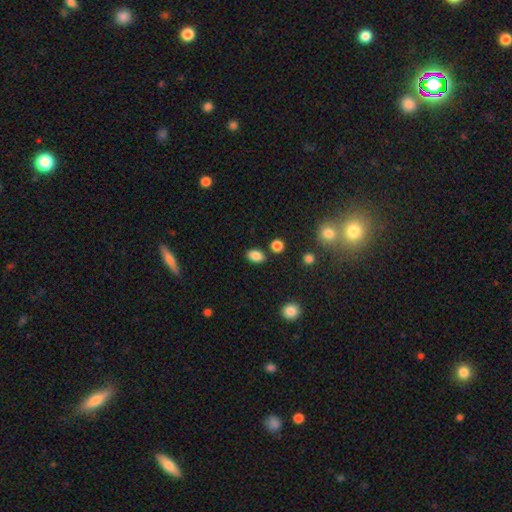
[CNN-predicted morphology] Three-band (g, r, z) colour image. It shows a smooth galaxy with no disk features (85%) that is in between round and cigar-shaped (81%). Merging: none (83%).